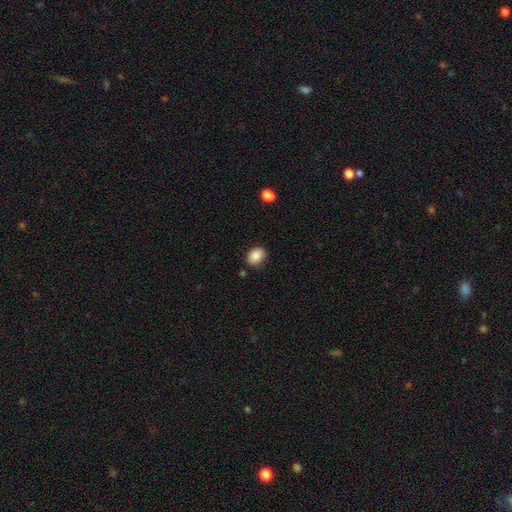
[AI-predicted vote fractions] Overall: smooth (87%). How rounded: in between (67%; round 32%). Merging: none (82%).